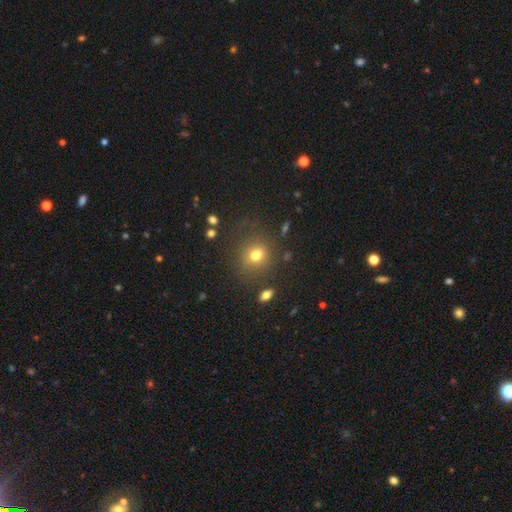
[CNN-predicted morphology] Smooth or featured?
  - smooth: 74% *
  - star or artifact: 16%
  - featured or disk: 10%
How rounded?
  - round: 71% *
  - in between: 28%
  - cigar-shaped: 1%
Merging?
  - none: 77% *
  - minor disturbance: 13%
  - major disturbance: 6%
  - merger: 4%